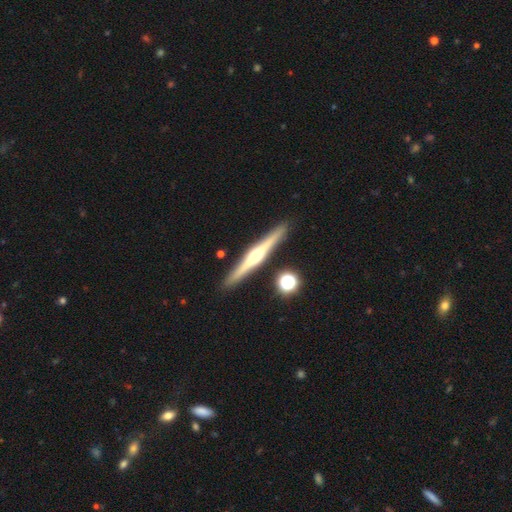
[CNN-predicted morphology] smooth_or_featured: featured or disk (p=0.76) [alt: smooth p=0.18]
disk_edge_on: yes (p=0.98) [alt: no p=0.02]
edge_on_bulge: rounded (p=0.92) [alt: boxy p=0.04]
merging: none (p=0.90) [alt: minor disturbance p=0.06]